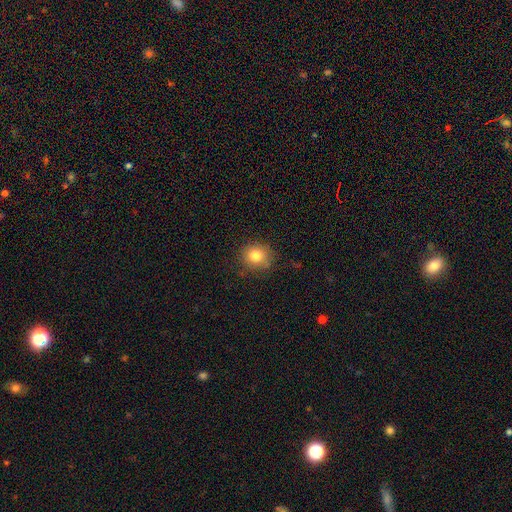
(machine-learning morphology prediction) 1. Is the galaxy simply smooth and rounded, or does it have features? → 82% smooth, 11% star or artifact, 8% featured or disk.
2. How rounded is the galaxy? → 82% round, 17% in between, 1% cigar-shaped.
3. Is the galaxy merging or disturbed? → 82% none, 13% minor disturbance, 3% major disturbance, 1% merger.